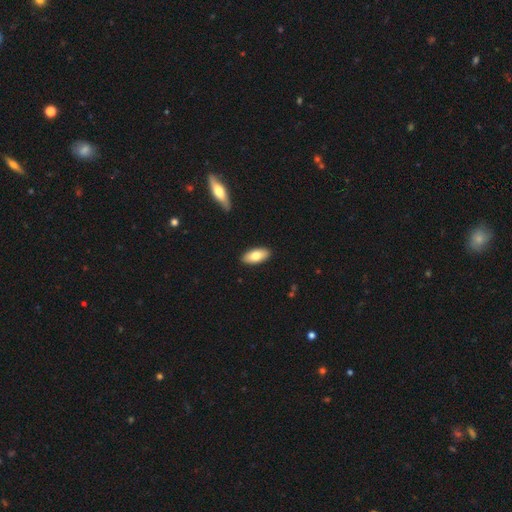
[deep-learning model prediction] A smooth galaxy with no disk features (77%) that is in between round and cigar-shaped (88%).

Vote fractions:
- Smooth or featured? smooth: 77% / featured or disk: 17% / star or artifact: 6%
- How rounded? in between: 88% / cigar-shaped: 9% / round: 2%
- Merging? none: 89% / minor disturbance: 8% / major disturbance: 2% / merger: 1%